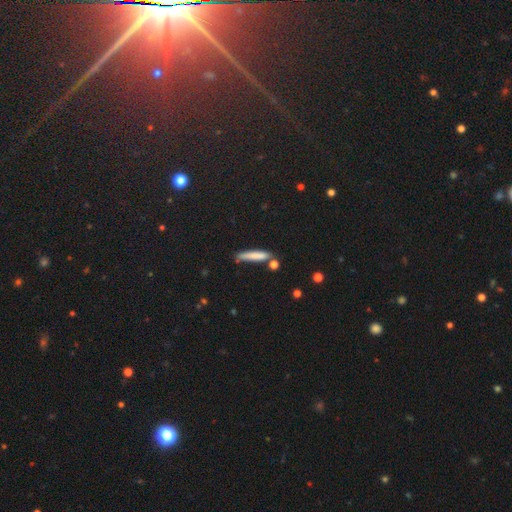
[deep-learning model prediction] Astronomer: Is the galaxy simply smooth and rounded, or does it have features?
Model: smooth — 76%.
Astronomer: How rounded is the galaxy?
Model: cigar-shaped — 91%.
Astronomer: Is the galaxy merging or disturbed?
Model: none — 71%.